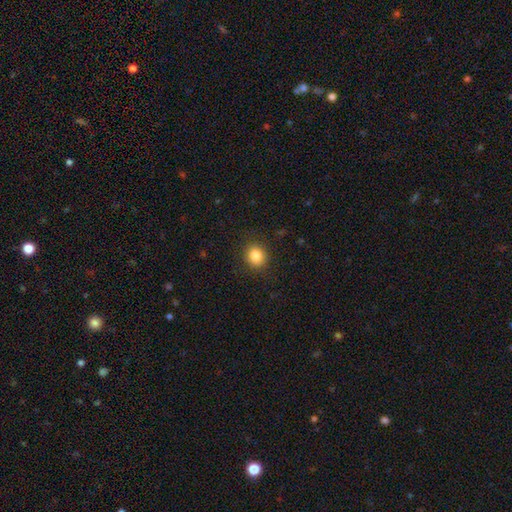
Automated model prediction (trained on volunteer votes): Smooth or featured? Predicted: smooth (p=0.85). How rounded? Predicted: round (p=0.76). Merging? Predicted: none (p=0.89).